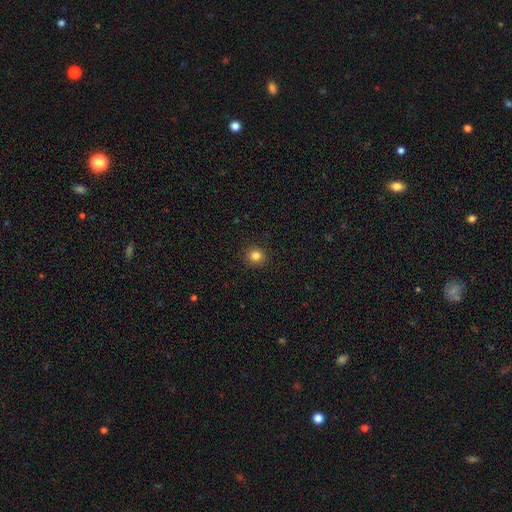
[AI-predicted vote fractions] This appears to be a smooth galaxy with no disk features (82%) that is round (89%). Merging: none (92%).